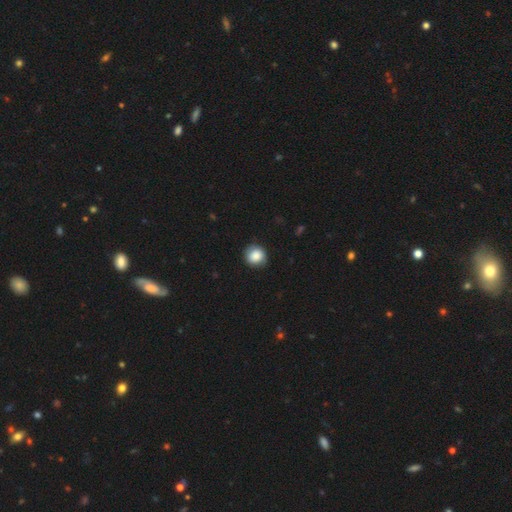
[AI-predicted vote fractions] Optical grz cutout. It shows a smooth galaxy with no disk features (86%) that is round (89%). Merging: none (85%).